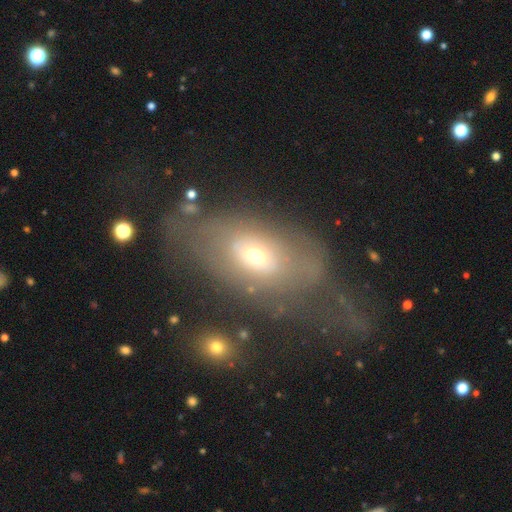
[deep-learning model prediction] smooth 44% (tied), featured or disk 44% (tied), star or artifact 12%. Down the decision tree: merging — major disturbance (43%).